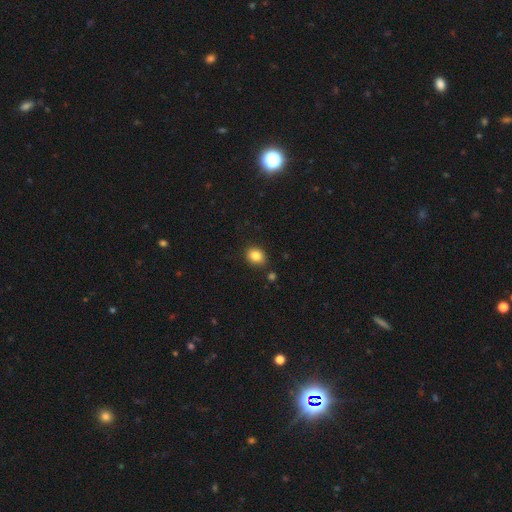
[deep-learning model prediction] smooth 85%, star or artifact 9%, featured or disk 6%. Down the decision tree: how rounded — in between (59%); merging — none (84%).